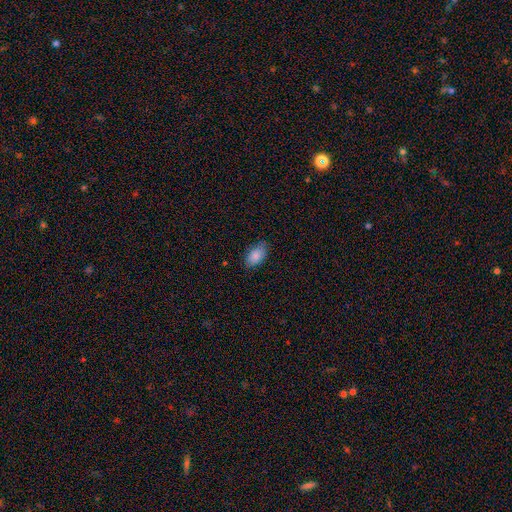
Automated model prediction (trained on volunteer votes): This appears to be a smooth galaxy with no disk features (87%) that is in between round and cigar-shaped (93%). Merging: none (80%).